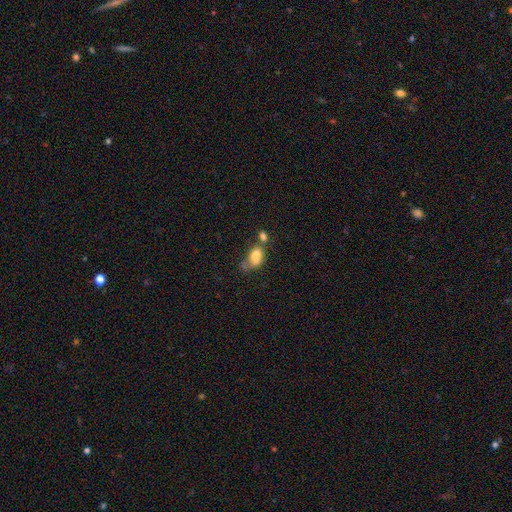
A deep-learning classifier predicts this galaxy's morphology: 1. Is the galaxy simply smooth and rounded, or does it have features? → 75% smooth, 15% featured or disk, 9% star or artifact.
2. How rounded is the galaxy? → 80% in between, 18% round, 2% cigar-shaped.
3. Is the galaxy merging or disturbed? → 45% merger, 25% none, 18% minor disturbance, 12% major disturbance.